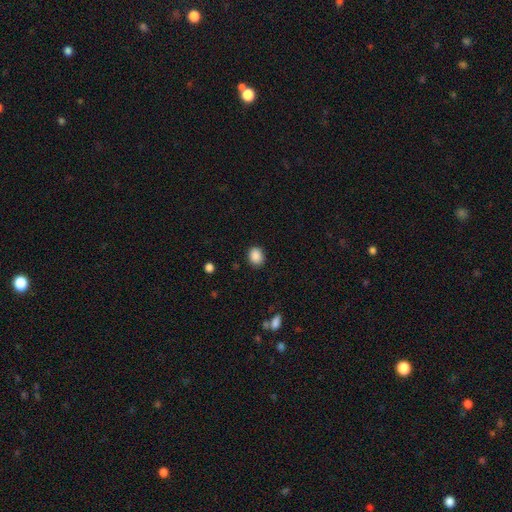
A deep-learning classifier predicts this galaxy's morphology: Q: Smooth or featured?
A: smooth (88%); runner-up: star or artifact (9%)
Q: How rounded?
A: round (56%); runner-up: in between (44%)
Q: Merging?
A: none (88%); runner-up: minor disturbance (9%)